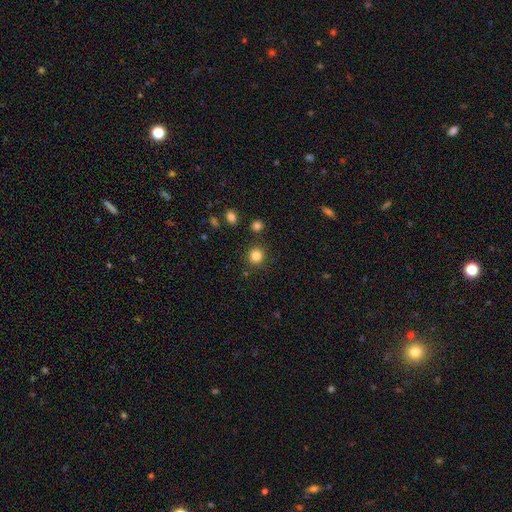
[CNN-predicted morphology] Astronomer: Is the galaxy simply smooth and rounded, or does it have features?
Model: smooth — 84%.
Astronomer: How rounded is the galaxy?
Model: round — 90%.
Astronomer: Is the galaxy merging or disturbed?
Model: none — 87%.